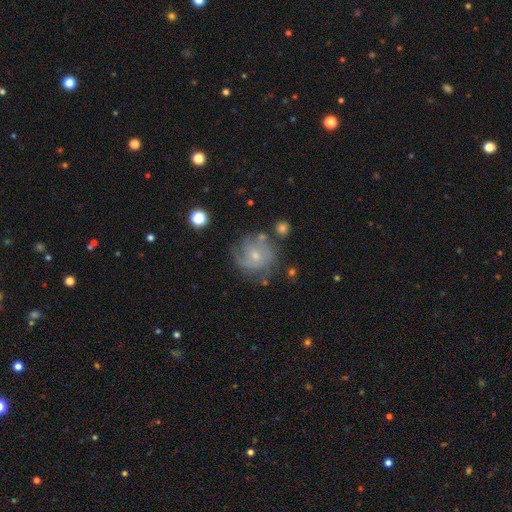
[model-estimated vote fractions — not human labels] Q: Smooth or featured?
A: featured or disk (69%); runner-up: smooth (23%)
Q: Edge-on disk?
A: no (98%); runner-up: yes (2%)
Q: Bar?
A: no (66%); runner-up: weak (30%)
Q: Spiral arms?
A: yes (87%); runner-up: no (13%)
Q: Spiral winding?
A: tight (46%); runner-up: medium (37%)
Q: Spiral arm count?
A: can't tell (37%); runner-up: 2 (24%)
Q: Bulge size?
A: small (62%); runner-up: moderate (33%)
Q: Merging?
A: none (61%); runner-up: minor disturbance (21%)